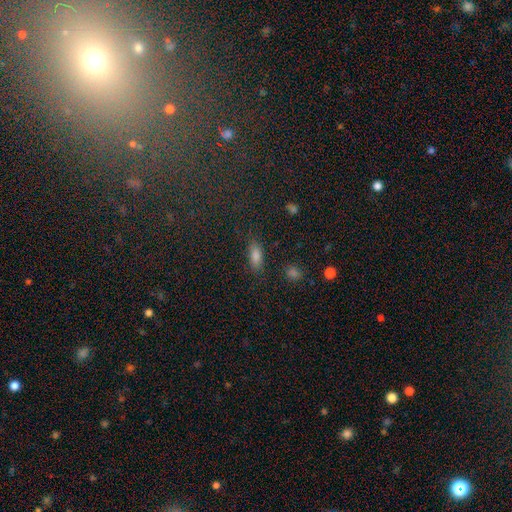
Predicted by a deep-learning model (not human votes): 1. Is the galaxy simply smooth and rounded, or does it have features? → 72% smooth, 17% star or artifact, 12% featured or disk.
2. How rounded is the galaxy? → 67% in between, 28% cigar-shaped, 5% round.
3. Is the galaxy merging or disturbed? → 83% none, 12% minor disturbance, 3% major disturbance, 2% merger.